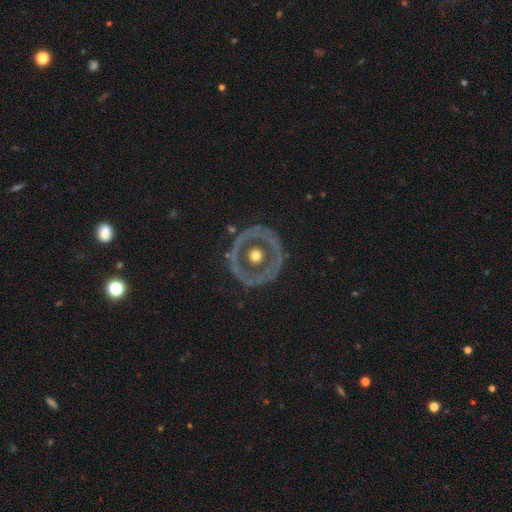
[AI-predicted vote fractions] Smooth or featured: featured or disk — 62% (smooth — 32%)
Edge-on disk: no — 95% (yes — 5%)
Bar: no — 92% (weak — 5%)
Spiral arms: no — 89% (yes — 11%)
Bulge size: moderate — 77% (large — 11%)
Merging: none — 76% (minor disturbance — 14%)